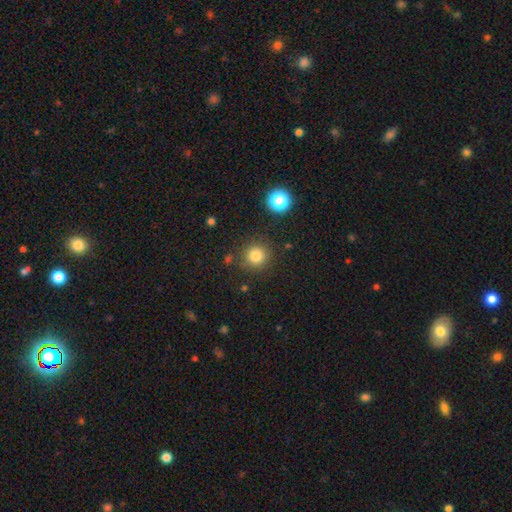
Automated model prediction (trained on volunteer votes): A smooth galaxy with no disk features (81%) that is round (94%). Merging: none (86%).